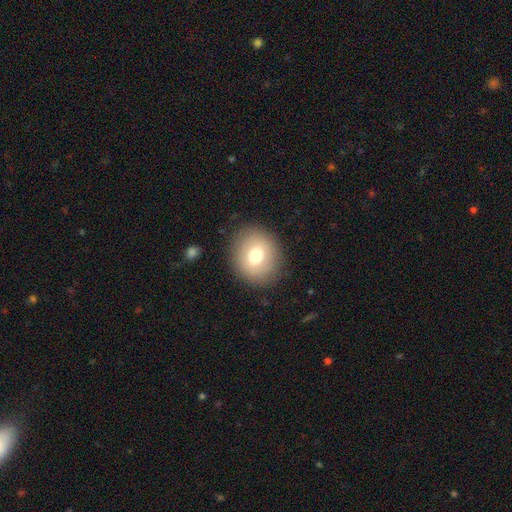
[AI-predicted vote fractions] A smooth galaxy with no disk features (70%) that is round (75%). Merging: none (87%).